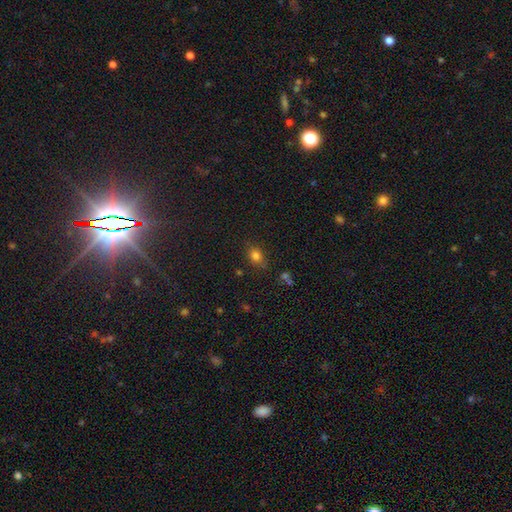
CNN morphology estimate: smooth-or-featured: smooth: 79% | star or artifact: 15% | featured or disk: 7%
  how-rounded: in between: 54% | round: 44% | cigar-shaped: 2%
  merging: none: 75% | minor disturbance: 17% | major disturbance: 5% | merger: 4%